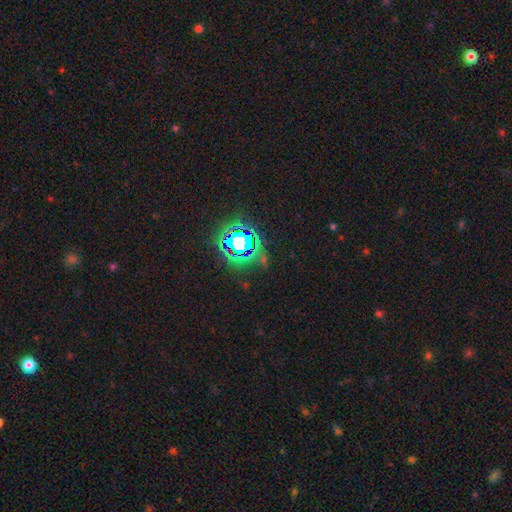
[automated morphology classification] star or artifact 83%, smooth 10%, featured or disk 7%.